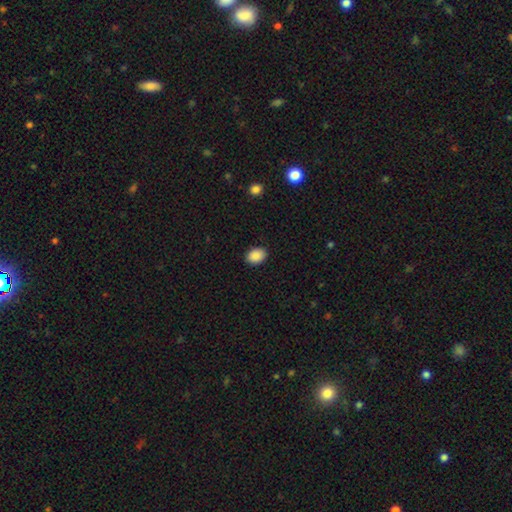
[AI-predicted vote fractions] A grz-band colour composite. It shows a smooth galaxy with no disk features (89%) that is in between round and cigar-shaped (71%). Merging: none (89%).